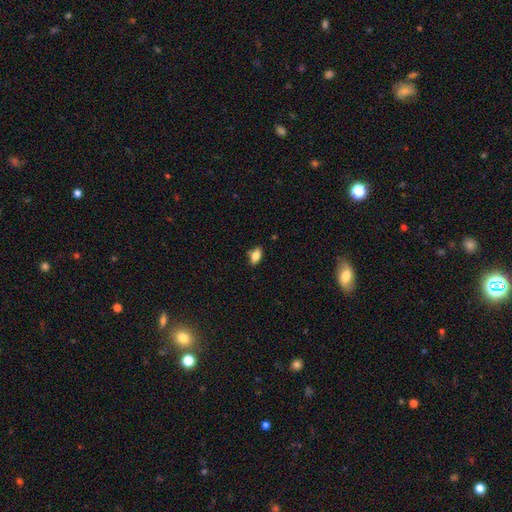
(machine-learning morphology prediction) Smooth or featured: smooth — 79% (featured or disk — 12%)
How rounded: in between — 89% (round — 6%)
Merging: none — 81% (minor disturbance — 14%)